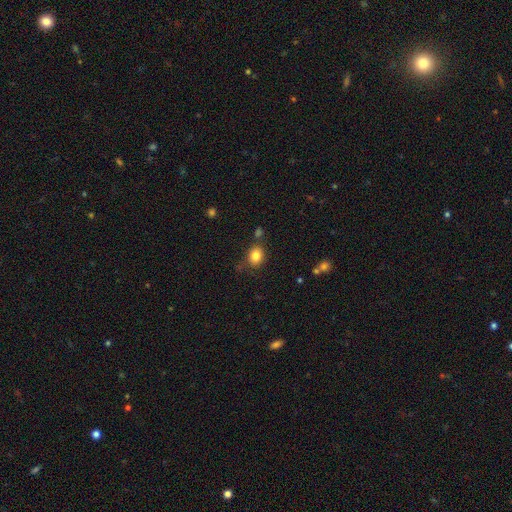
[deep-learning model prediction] smooth 83%, star or artifact 10%, featured or disk 6%. Down the decision tree: how rounded — in between (50%); merging — none (75%).